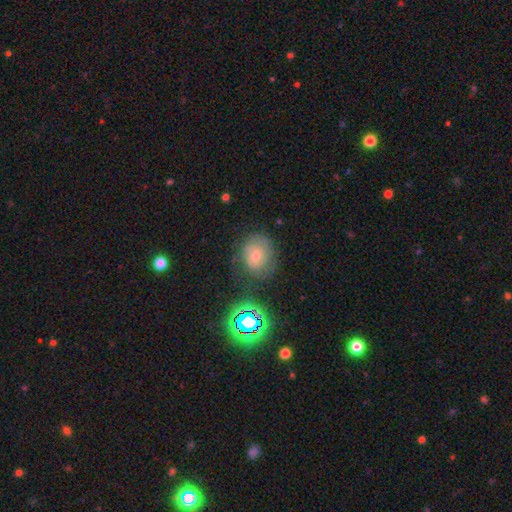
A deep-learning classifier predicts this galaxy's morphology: Overall: smooth (50%; featured or disk 29%). Merging: none (67%).